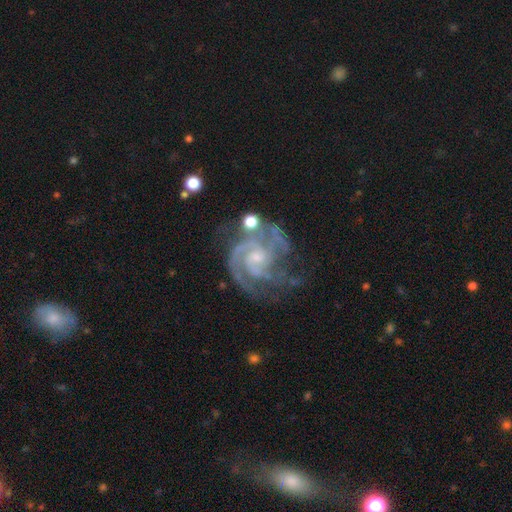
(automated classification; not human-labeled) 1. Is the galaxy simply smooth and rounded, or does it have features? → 92% featured or disk, 5% star or artifact, 3% smooth.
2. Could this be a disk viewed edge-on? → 98% no, 2% yes.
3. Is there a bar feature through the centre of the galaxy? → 60% no, 33% weak, 7% strong.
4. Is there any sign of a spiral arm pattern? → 98% yes, 2% no.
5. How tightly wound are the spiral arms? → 57% tight, 38% medium, 5% loose.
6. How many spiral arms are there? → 39% 3, 30% 2, 11% can't tell, 9% 4, 5% 1, 5% more than 4.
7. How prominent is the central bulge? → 66% small, 24% moderate, 8% none, 1% large, 1% dominant.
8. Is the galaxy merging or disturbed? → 57% none, 22% minor disturbance, 15% major disturbance, 6% merger.